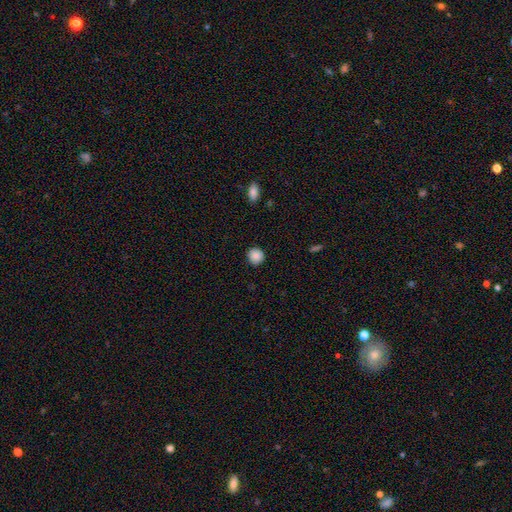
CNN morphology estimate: smooth_or_featured: smooth (p=0.88) [alt: star or artifact p=0.09]
how_rounded: round (p=0.92) [alt: in between p=0.07]
merging: none (p=0.90) [alt: minor disturbance p=0.07]